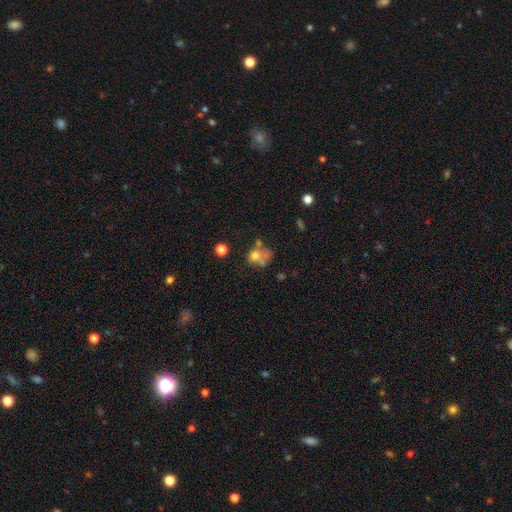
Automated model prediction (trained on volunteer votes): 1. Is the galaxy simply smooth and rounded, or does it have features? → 65% smooth, 21% featured or disk, 14% star or artifact.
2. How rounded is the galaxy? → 58% round, 41% in between, 1% cigar-shaped.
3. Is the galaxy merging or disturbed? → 32% merger, 29% none, 21% major disturbance, 18% minor disturbance.